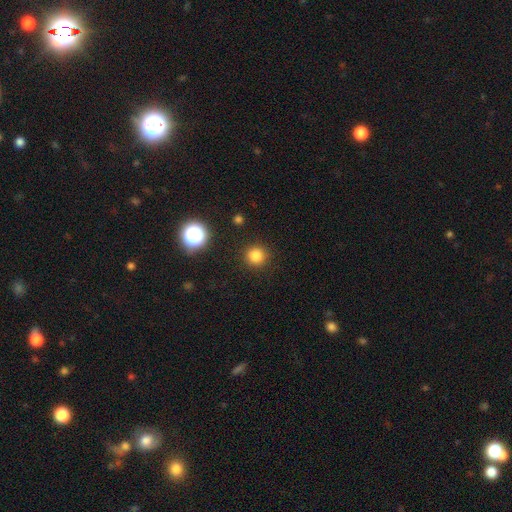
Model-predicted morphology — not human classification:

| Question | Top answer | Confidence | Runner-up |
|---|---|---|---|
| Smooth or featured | smooth | 81% | star or artifact (14%) |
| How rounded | round | 94% | in between (5%) |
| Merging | none | 91% | minor disturbance (5%) |